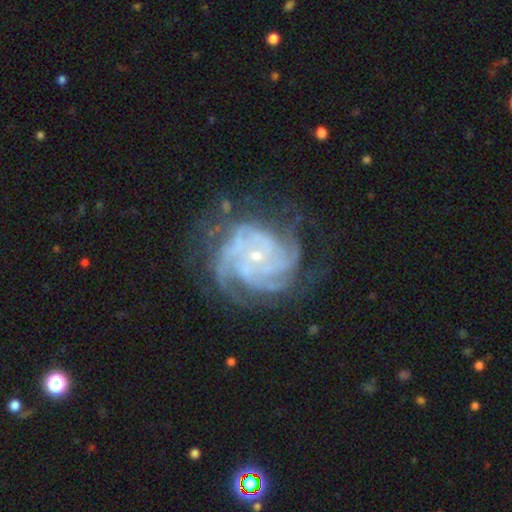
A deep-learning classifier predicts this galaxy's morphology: Smooth or featured? Predicted: featured or disk (p=0.89). Edge-on disk? Predicted: no (p=0.98). Bar? Predicted: no (p=0.75). Spiral arms? Predicted: yes (p=0.97). Spiral winding? Predicted: tight (p=0.65). Spiral arm count? Predicted: 4 (p=0.37). Bulge size? Predicted: small (p=0.79). Merging? Predicted: none (p=0.64).